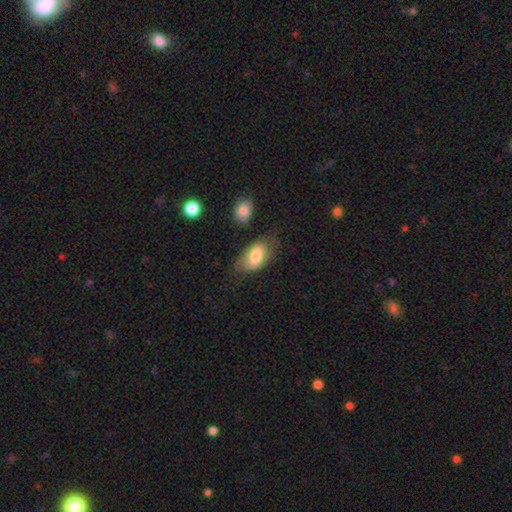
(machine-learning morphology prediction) smooth-or-featured: smooth: 75% | featured or disk: 18% | star or artifact: 7%
  how-rounded: in between: 92% | round: 6% | cigar-shaped: 2%
  merging: none: 56% | minor disturbance: 27% | major disturbance: 12% | merger: 5%